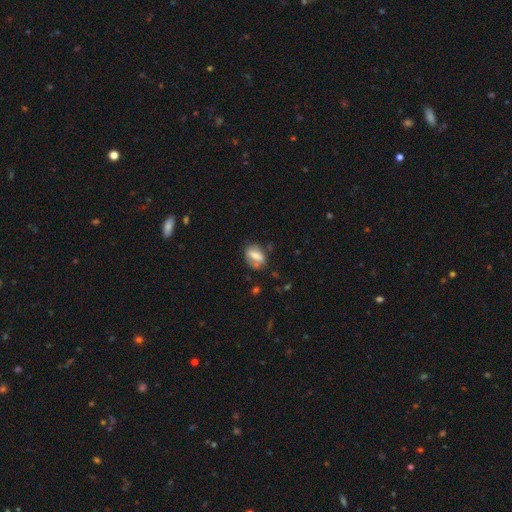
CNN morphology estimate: Q: Smooth or featured?
A: smooth (52%); runner-up: featured or disk (40%)
Q: How rounded?
A: in between (72%); runner-up: round (23%)
Q: Merging?
A: none (66%); runner-up: minor disturbance (22%)